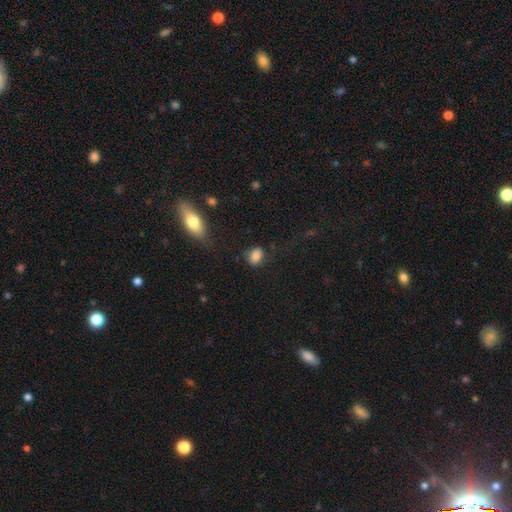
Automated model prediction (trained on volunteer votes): smooth_or_featured: smooth (p=0.83) [alt: star or artifact p=0.09]
how_rounded: in between (p=0.67) [alt: round p=0.31]
merging: none (p=0.67) [alt: minor disturbance p=0.20]